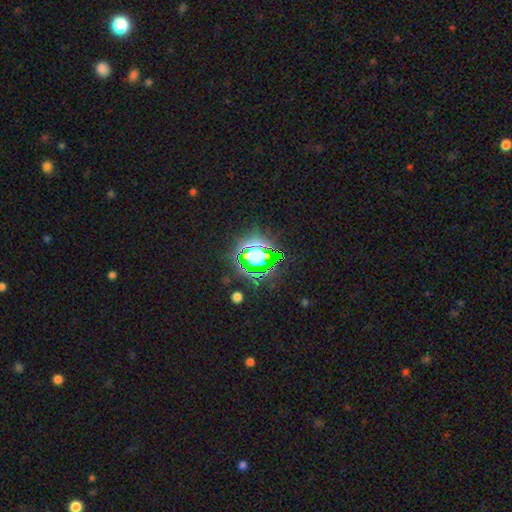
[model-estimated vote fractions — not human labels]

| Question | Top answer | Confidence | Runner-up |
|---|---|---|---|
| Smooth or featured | star or artifact | 64% | smooth (23%) |